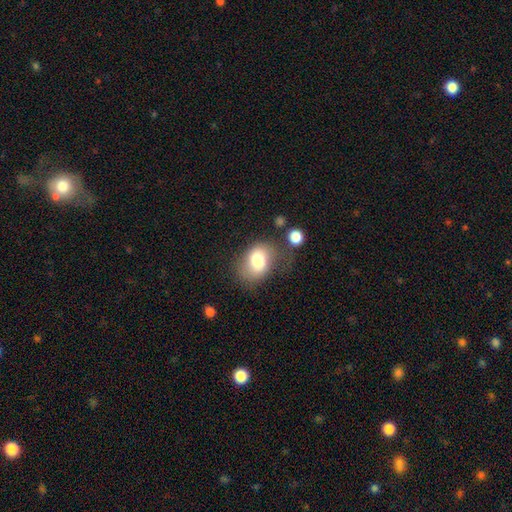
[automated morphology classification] Q: Smooth or featured?
A: smooth (73%); runner-up: featured or disk (18%)
Q: How rounded?
A: in between (67%); runner-up: round (32%)
Q: Merging?
A: none (55%); runner-up: minor disturbance (25%)